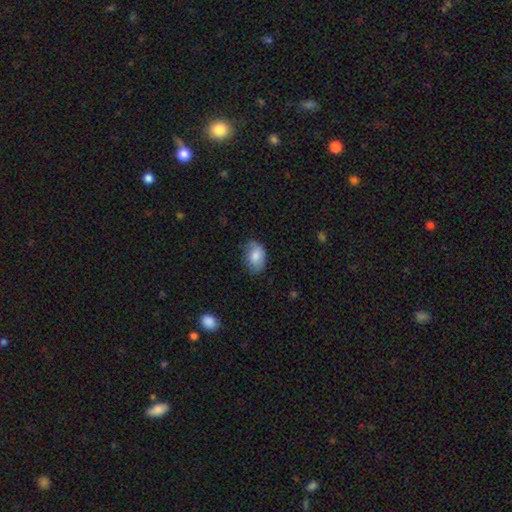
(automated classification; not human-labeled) smooth-or-featured: smooth: 76% | featured or disk: 17% | star or artifact: 7%
  how-rounded: in between: 87% | round: 12% | cigar-shaped: 1%
  merging: none: 63% | minor disturbance: 28% | major disturbance: 8% | merger: 1%